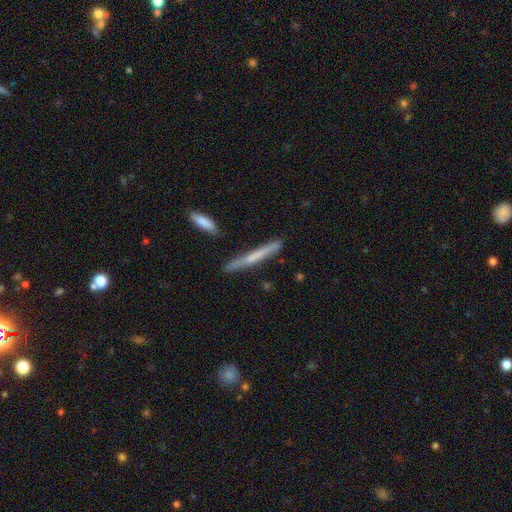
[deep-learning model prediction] Smooth or featured?
  - smooth: 54% *
  - featured or disk: 40%
  - star or artifact: 6%
How rounded?
  - cigar-shaped: 96% *
  - in between: 2%
  - round: 1%
Merging?
  - none: 85% *
  - minor disturbance: 10%
  - merger: 3%
  - major disturbance: 2%